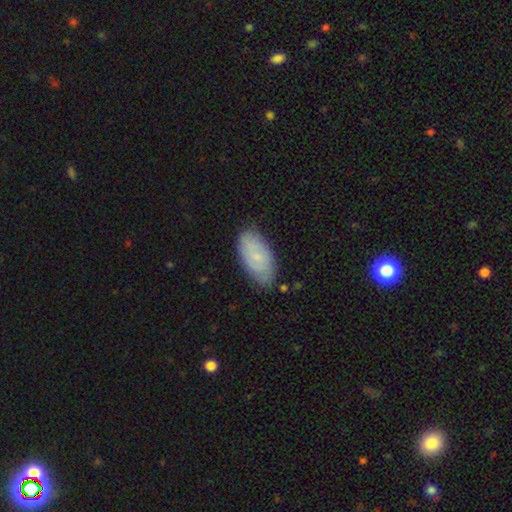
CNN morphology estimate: smooth_or_featured: smooth (p=0.60) [alt: featured or disk p=0.33]
how_rounded: in between (p=0.93) [alt: cigar-shaped p=0.04]
merging: none (p=0.77) [alt: minor disturbance p=0.18]